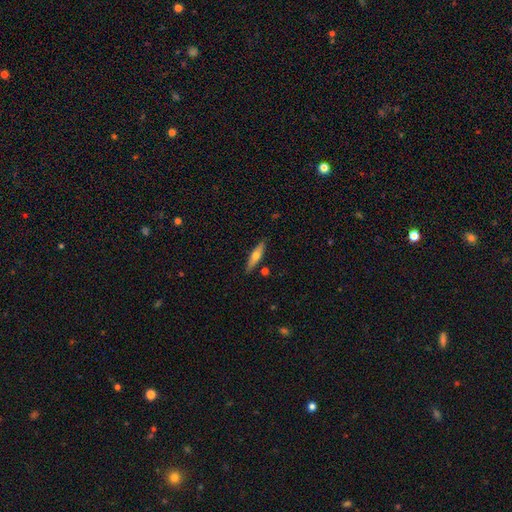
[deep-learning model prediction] smooth-or-featured: smooth: 47% (tied) | featured or disk: 47% (tied) | star or artifact: 6%
  merging: none: 86% | minor disturbance: 9% | merger: 3% | major disturbance: 2%